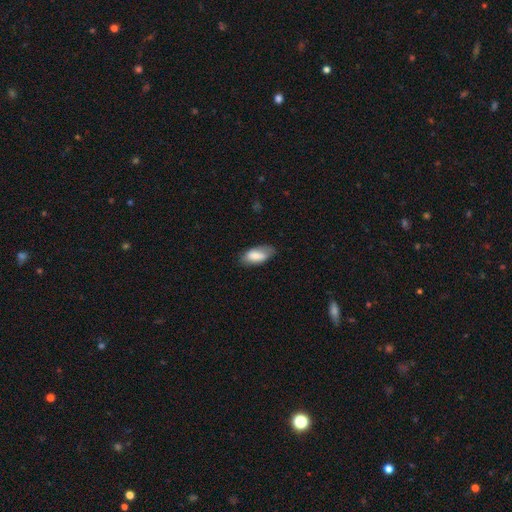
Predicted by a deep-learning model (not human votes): A smooth galaxy with no disk features (79%) that is in between round and cigar-shaped (88%).

Vote fractions:
- Smooth or featured? smooth: 79% / featured or disk: 14% / star or artifact: 7%
- How rounded? in between: 88% / cigar-shaped: 9% / round: 3%
- Merging? none: 71% / minor disturbance: 23% / major disturbance: 5% / merger: 1%